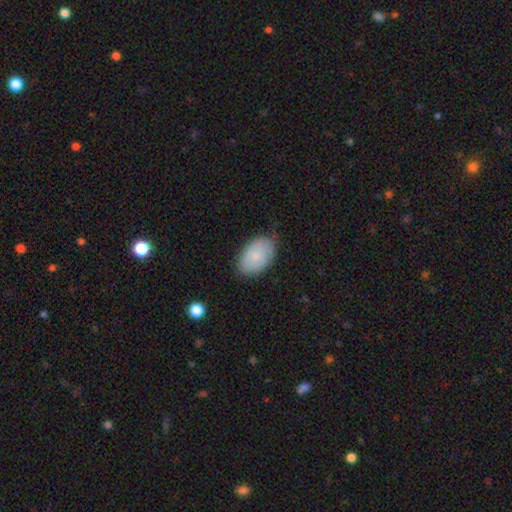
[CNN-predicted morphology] type=smooth (83%); roundness=in between (92%); merging=none (78%).